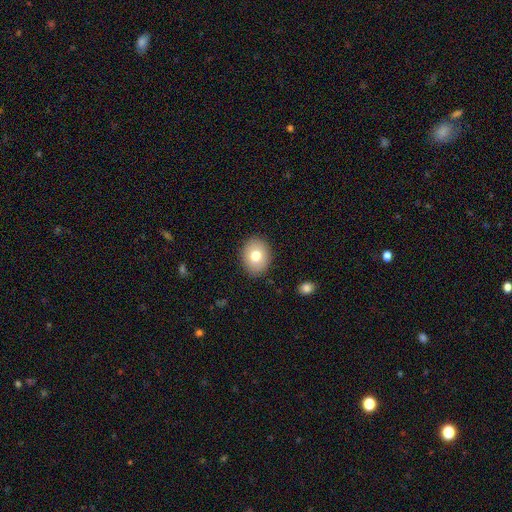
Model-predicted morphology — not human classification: smooth 76%, featured or disk 15%, star or artifact 9%. Down the decision tree: how rounded — in between (55%); merging — none (88%).